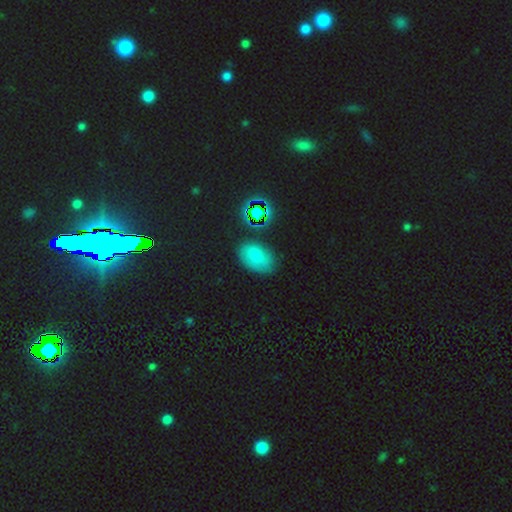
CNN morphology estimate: type=smooth (62%); roundness=in between (87%); merging=none (71%).